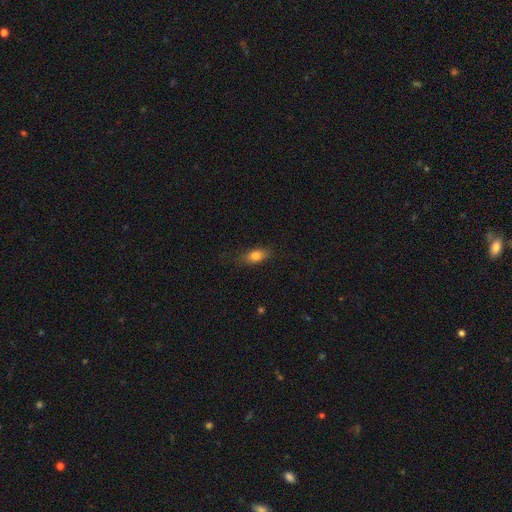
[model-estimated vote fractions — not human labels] Morphology: type=smooth (80%); roundness=in between (82%); merging=none (78%).